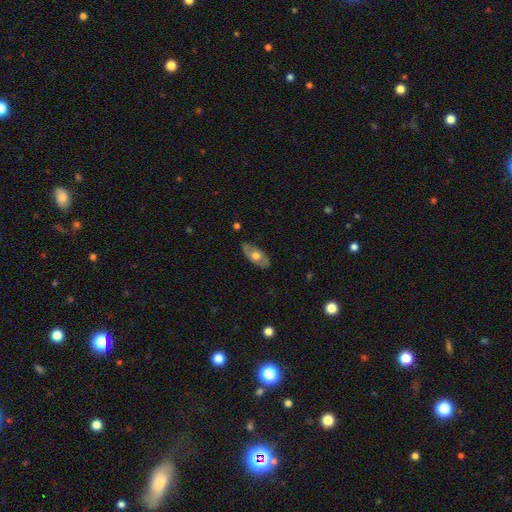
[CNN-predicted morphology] Overall: featured or disk (53%; smooth 41%). Edge-on disk: no (80%). Merging: none (78%).